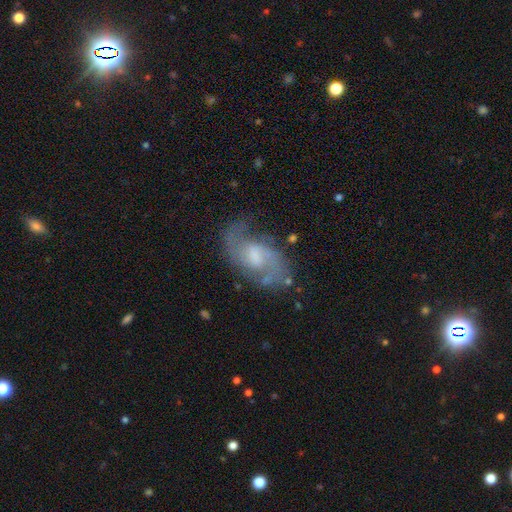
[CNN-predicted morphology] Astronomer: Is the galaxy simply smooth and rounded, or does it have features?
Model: featured or disk — 87%.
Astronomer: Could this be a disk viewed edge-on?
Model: no — 97%.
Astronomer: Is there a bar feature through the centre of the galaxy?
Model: weak — 59%.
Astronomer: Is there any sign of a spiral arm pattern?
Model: yes — 96%.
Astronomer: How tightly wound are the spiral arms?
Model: medium — 56%.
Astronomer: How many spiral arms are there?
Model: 2 — 88%.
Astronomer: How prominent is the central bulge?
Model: moderate — 38% (runner-up: small, 35%).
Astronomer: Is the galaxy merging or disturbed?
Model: none — 71%.